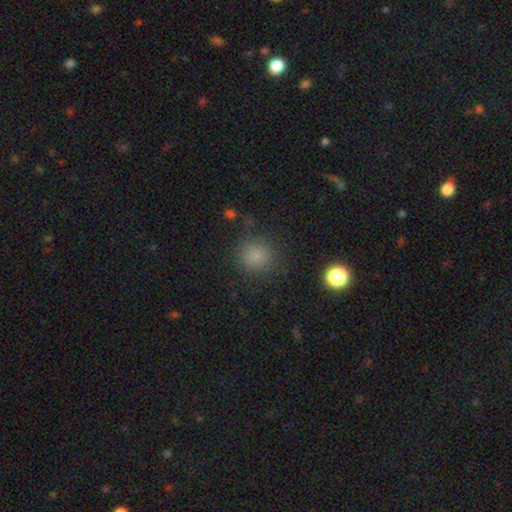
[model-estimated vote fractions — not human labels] Q: Smooth or featured?
A: smooth (82%); runner-up: star or artifact (14%)
Q: How rounded?
A: round (90%); runner-up: in between (9%)
Q: Merging?
A: none (85%); runner-up: minor disturbance (10%)